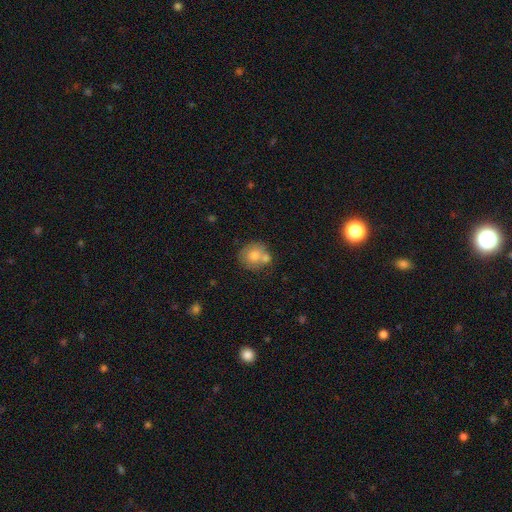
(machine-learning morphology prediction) The model was most divided on "merging": none: 51%, merger: 32%, minor disturbance: 13%, major disturbance: 4%. More confident: how rounded — round (84%); smooth or featured — smooth (74%).